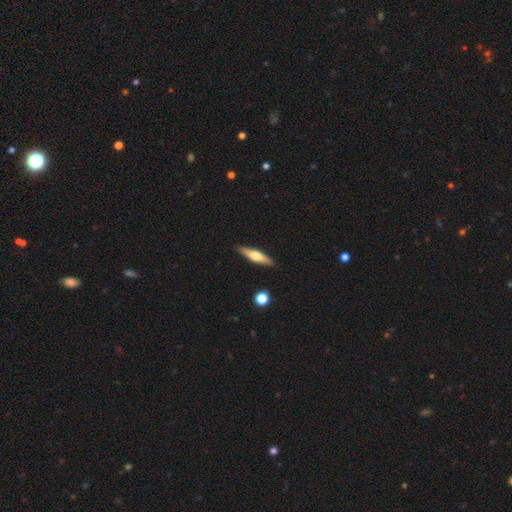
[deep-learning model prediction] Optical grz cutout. It shows a featured or disk galaxy (47%, tied with smooth). Merging: none (88%).